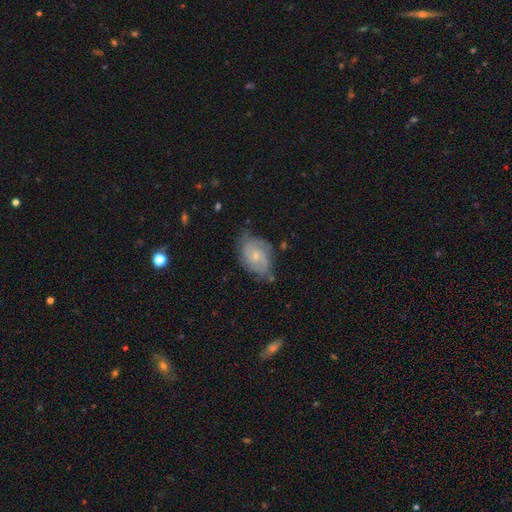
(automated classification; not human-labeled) Smooth or featured?
  - featured or disk: 64% *
  - smooth: 29%
  - star or artifact: 7%
Edge-on disk?
  - no: 96% *
  - yes: 4%
Bar?
  - no: 72% *
  - weak: 25%
  - strong: 3%
Spiral arms?
  - yes: 86% *
  - no: 14%
Spiral winding?
  - tight: 48% *
  - medium: 39%
  - loose: 14%
Spiral arm count?
  - 2: 45% *
  - can't tell: 31%
  - 3: 13%
  - 1: 4%
  - 4: 4%
  - more than 4: 3%
Bulge size?
  - small: 62% *
  - moderate: 33%
  - none: 3%
  - large: 1%
  - dominant: 1%
Merging?
  - none: 56% *
  - minor disturbance: 32%
  - major disturbance: 10%
  - merger: 3%